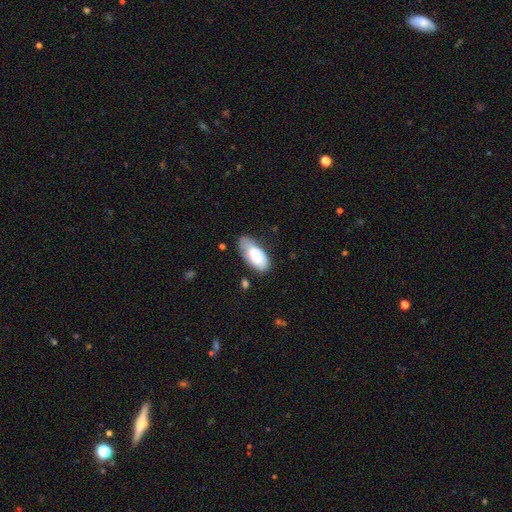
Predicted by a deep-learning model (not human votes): Smooth or featured? Predicted: smooth (p=0.65). How rounded? Predicted: in between (p=0.91). Merging? Predicted: none (p=0.46).